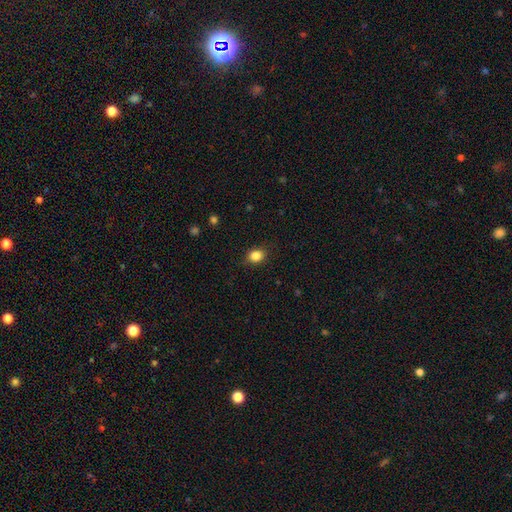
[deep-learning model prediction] Morphology: type=smooth (85%); roundness=round (61%); merging=none (87%).